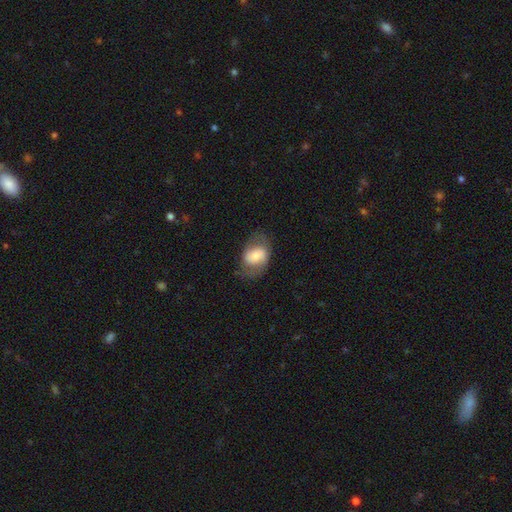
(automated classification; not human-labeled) The model was most divided on "smooth or featured": smooth: 51%, featured or disk: 42%, star or artifact: 8%. More confident: how rounded — in between (76%); merging — none (63%).